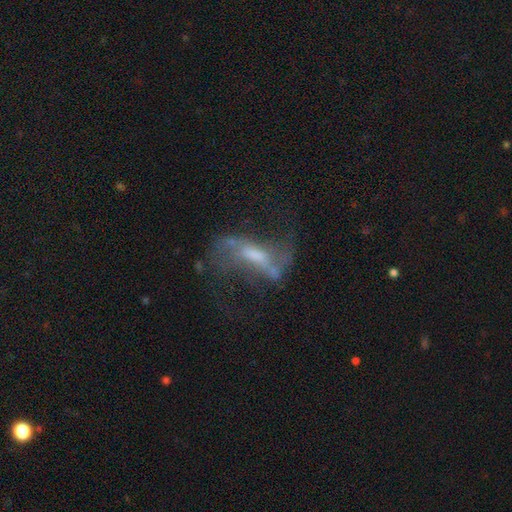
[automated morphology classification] Smooth or featured?
  - featured or disk: 73% *
  - smooth: 17%
  - star or artifact: 10%
Edge-on disk?
  - no: 88% *
  - yes: 12%
Bar?
  - weak: 43% *
  - strong: 31%
  - no: 26%
Spiral arms?
  - yes: 76% *
  - no: 24%
Bulge size?
  - moderate: 41% *
  - small: 29%
  - none: 18%
  - large: 10%
  - dominant: 2%
Merging?
  - none: 43% *
  - major disturbance: 32%
  - minor disturbance: 19%
  - merger: 7%